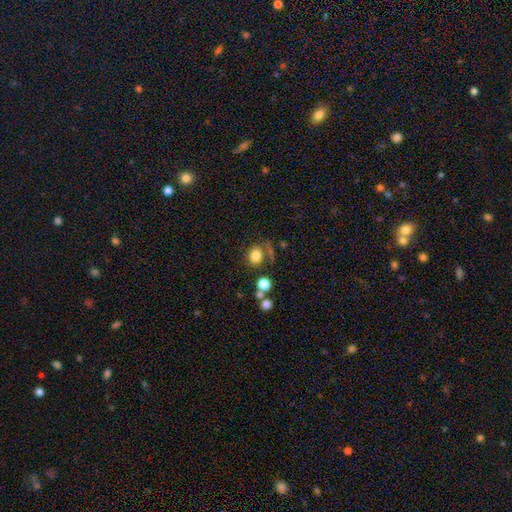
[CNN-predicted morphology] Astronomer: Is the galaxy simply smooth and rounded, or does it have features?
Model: smooth — 79%.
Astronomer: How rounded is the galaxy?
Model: round — 62% (runner-up: in between, 37%).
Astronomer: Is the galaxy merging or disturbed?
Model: none — 62%.